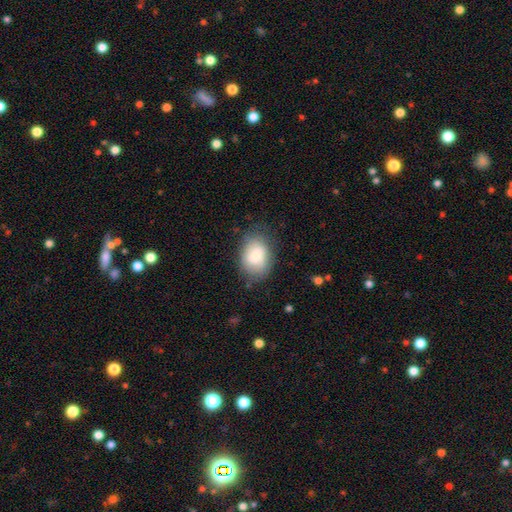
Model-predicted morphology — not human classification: A smooth galaxy with no disk features (80%) that is in between round and cigar-shaped (74%). Merging: none (72%).